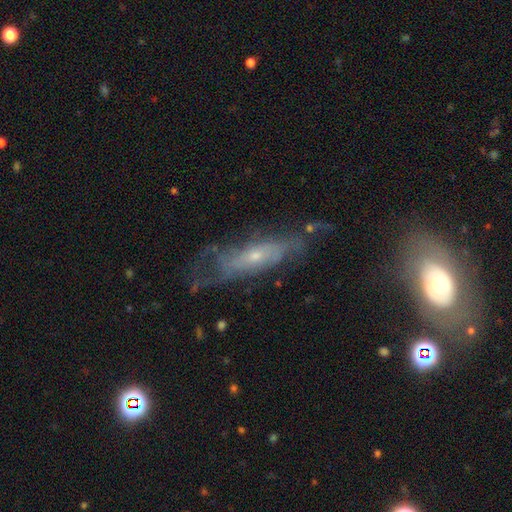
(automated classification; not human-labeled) A featured or disk galaxy (67%).

Vote fractions:
- Smooth or featured? featured or disk: 67% / smooth: 24% / star or artifact: 9%
- Edge-on disk? no: 70% / yes: 30%
- Merging? none: 52% / minor disturbance: 24% / major disturbance: 20% / merger: 3%